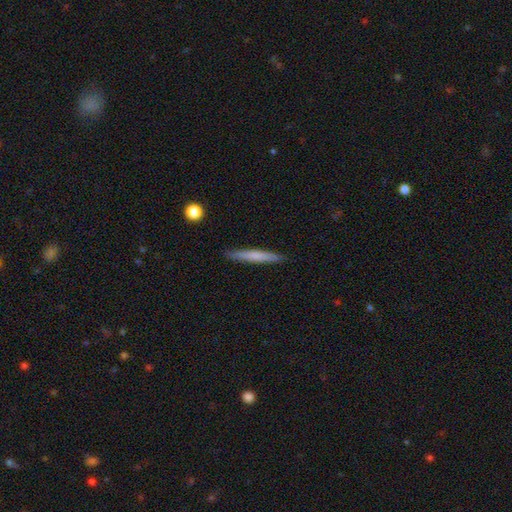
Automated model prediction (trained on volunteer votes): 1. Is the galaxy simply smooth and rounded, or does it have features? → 63% smooth, 32% featured or disk, 6% star or artifact.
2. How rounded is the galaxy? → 96% cigar-shaped, 3% in between, 1% round.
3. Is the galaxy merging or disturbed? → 91% none, 7% minor disturbance, 1% major disturbance, 1% merger.